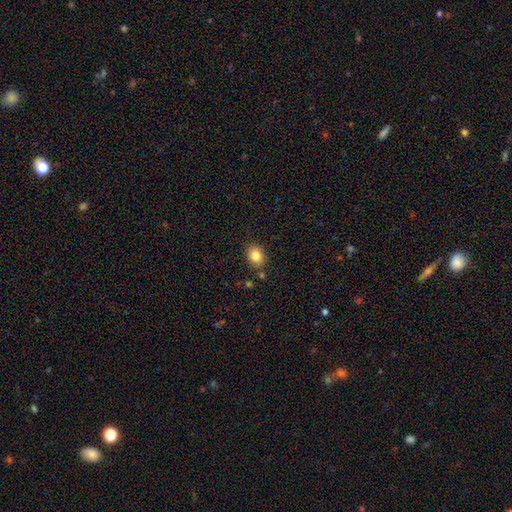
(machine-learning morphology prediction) smooth-or-featured: smooth: 84% | star or artifact: 10% | featured or disk: 6%
  how-rounded: in between: 50% (tied) | round: 50% (tied) | cigar-shaped: 1%
  merging: none: 84% | minor disturbance: 10% | merger: 4% | major disturbance: 3%